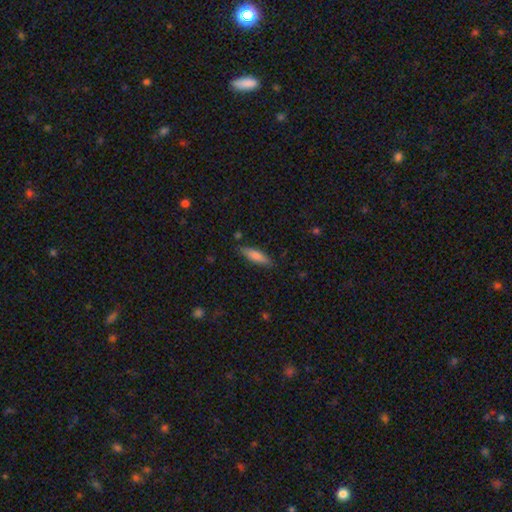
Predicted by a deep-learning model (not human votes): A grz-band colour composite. It shows a smooth galaxy with no disk features (76%) that is cigar-shaped (62%). Merging: none (85%).